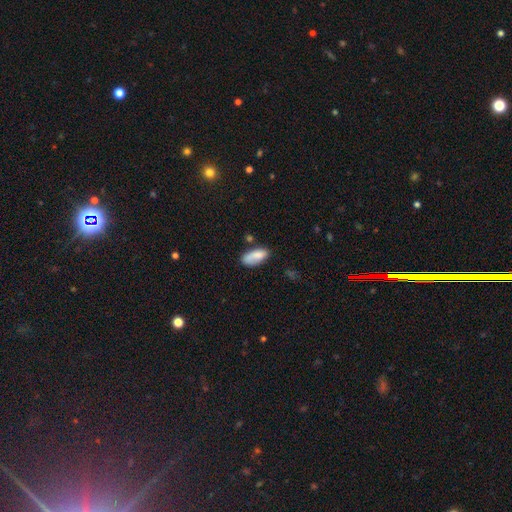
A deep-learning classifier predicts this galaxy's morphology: Q: Smooth or featured?
A: smooth (79%); runner-up: featured or disk (13%)
Q: How rounded?
A: in between (88%); runner-up: cigar-shaped (10%)
Q: Merging?
A: none (56%); runner-up: minor disturbance (25%)